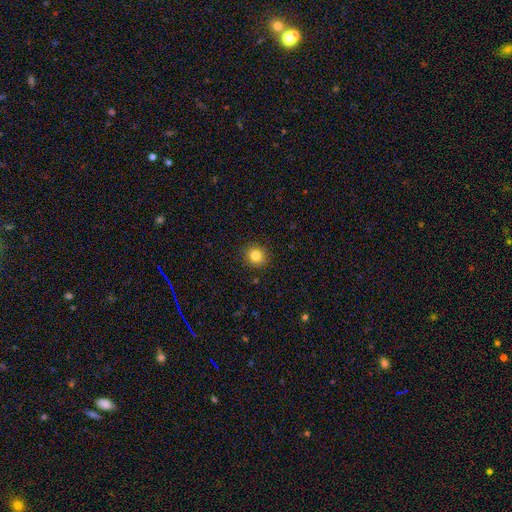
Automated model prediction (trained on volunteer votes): Morphology: type=smooth (83%); roundness=round (85%); merging=none (91%).